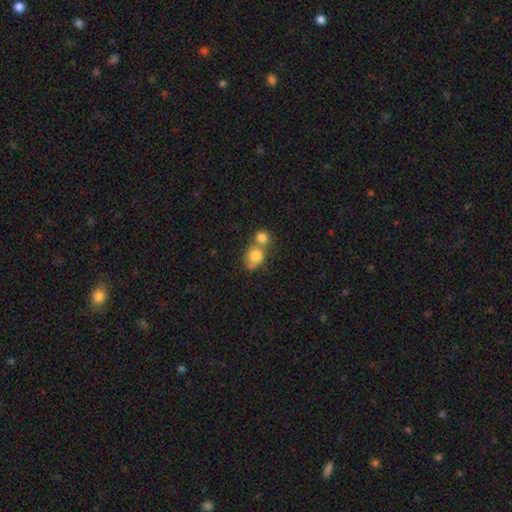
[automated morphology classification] Smooth or featured?
  - smooth: 80% *
  - featured or disk: 11%
  - star or artifact: 9%
How rounded?
  - round: 69% *
  - in between: 30%
  - cigar-shaped: 1%
Merging?
  - merger: 59% *
  - none: 28%
  - minor disturbance: 8%
  - major disturbance: 4%